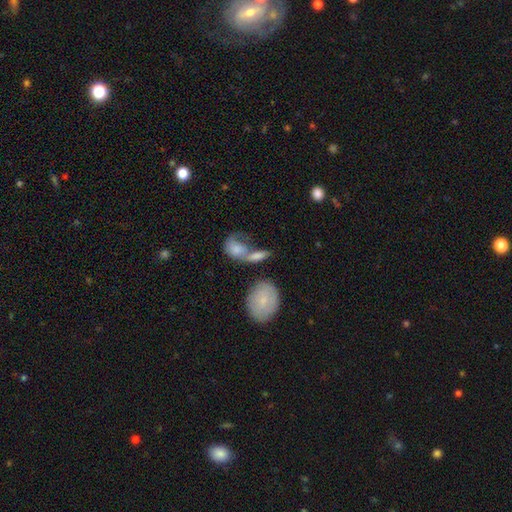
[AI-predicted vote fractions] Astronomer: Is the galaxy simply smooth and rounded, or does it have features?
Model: smooth — 64%.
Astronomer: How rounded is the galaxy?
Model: in between — 70%.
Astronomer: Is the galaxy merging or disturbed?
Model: merger — 44% (runner-up: none, 30%).